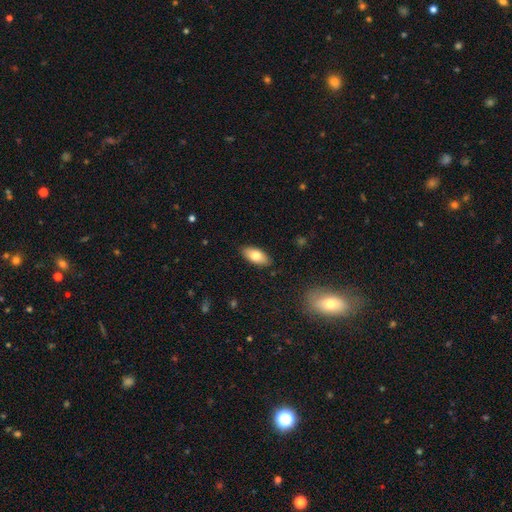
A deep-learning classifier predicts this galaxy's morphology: smooth-or-featured: smooth: 77% | featured or disk: 17% | star or artifact: 6%
  how-rounded: in between: 89% | cigar-shaped: 8% | round: 3%
  merging: none: 87% | minor disturbance: 10% | major disturbance: 2% | merger: 1%